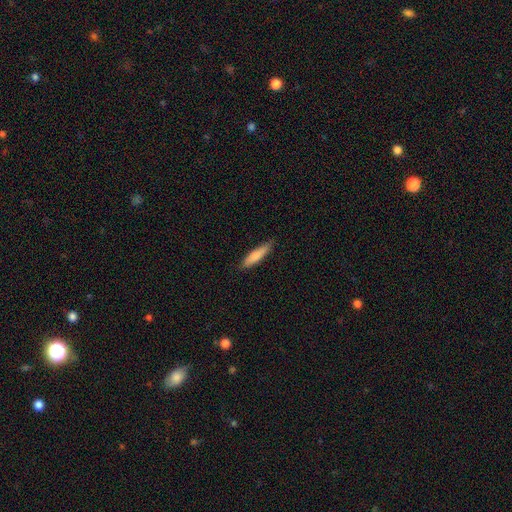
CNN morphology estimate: Smooth or featured: smooth — 79% (featured or disk — 16%)
How rounded: cigar-shaped — 80% (in between — 19%)
Merging: none — 82% (minor disturbance — 15%)